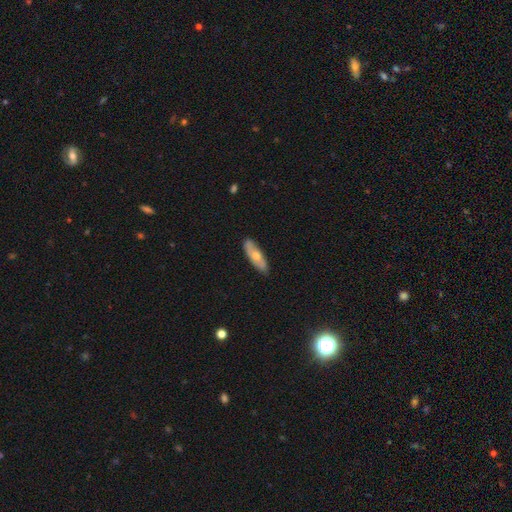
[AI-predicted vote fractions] Smooth or featured?
  - smooth: 51% *
  - featured or disk: 43%
  - star or artifact: 6%
How rounded?
  - in between: 50% *
  - cigar-shaped: 47%
  - round: 3%
Merging?
  - none: 86% *
  - minor disturbance: 11%
  - major disturbance: 2%
  - merger: 1%